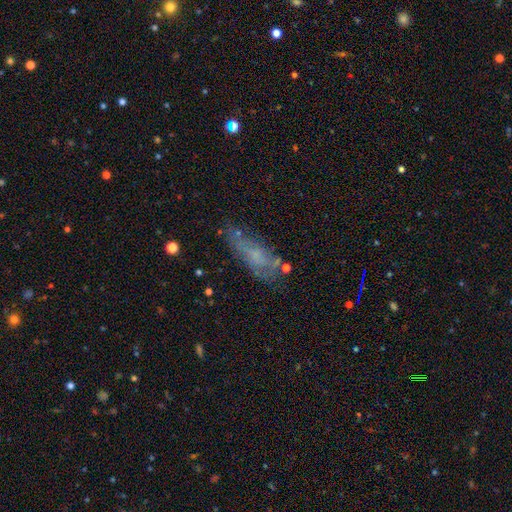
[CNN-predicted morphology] A smooth galaxy with no disk features (46%).

Vote fractions:
- Smooth or featured? smooth: 46% / featured or disk: 41% / star or artifact: 13%
- Merging? none: 58% / minor disturbance: 24% / major disturbance: 13% / merger: 6%